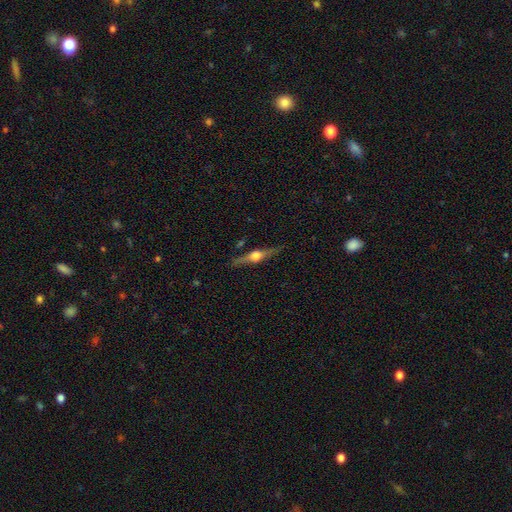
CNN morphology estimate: Smooth or featured? Predicted: featured or disk (p=0.77). Edge-on disk? Predicted: yes (p=0.97). Edge-on bulge? Predicted: rounded (p=0.95). Merging? Predicted: none (p=0.87).